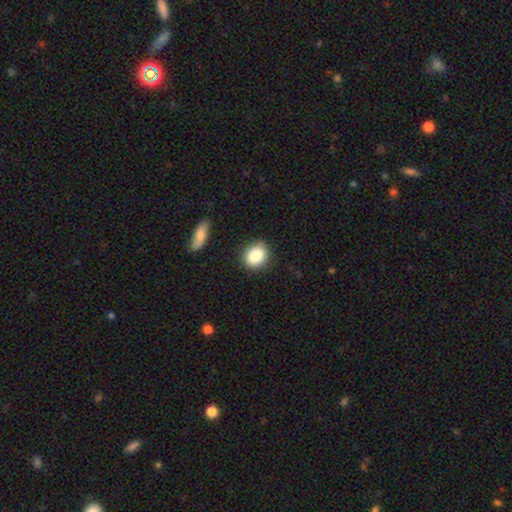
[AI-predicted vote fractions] smooth-or-featured: smooth: 86% | star or artifact: 8% | featured or disk: 6%
  how-rounded: round: 59% | in between: 39% | cigar-shaped: 1%
  merging: none: 84% | minor disturbance: 11% | major disturbance: 2% | merger: 2%